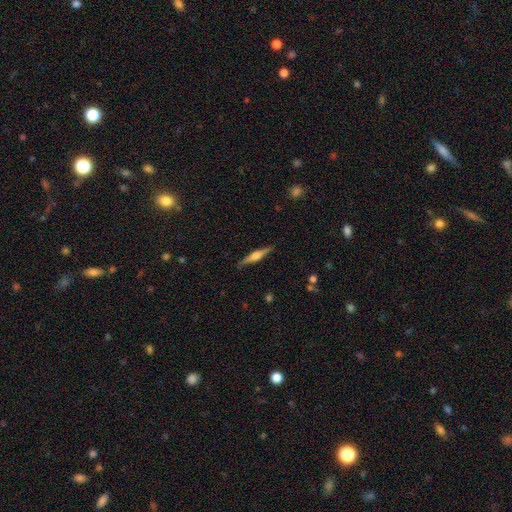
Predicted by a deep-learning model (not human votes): smooth_or_featured: featured or disk (p=0.64) [alt: smooth p=0.30]
disk_edge_on: yes (p=0.98) [alt: no p=0.02]
edge_on_bulge: rounded (p=0.75) [alt: boxy p=0.18]
merging: none (p=0.89) [alt: minor disturbance p=0.08]